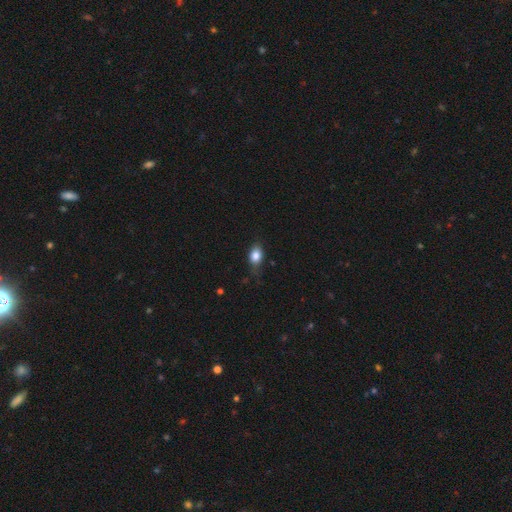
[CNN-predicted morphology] A smooth galaxy with no disk features (83%) that is in between round and cigar-shaped (75%).

Vote fractions:
- Smooth or featured? smooth: 83% / star or artifact: 9% / featured or disk: 8%
- How rounded? in between: 75% / round: 22% / cigar-shaped: 3%
- Merging? none: 66% / minor disturbance: 26% / major disturbance: 6% / merger: 1%